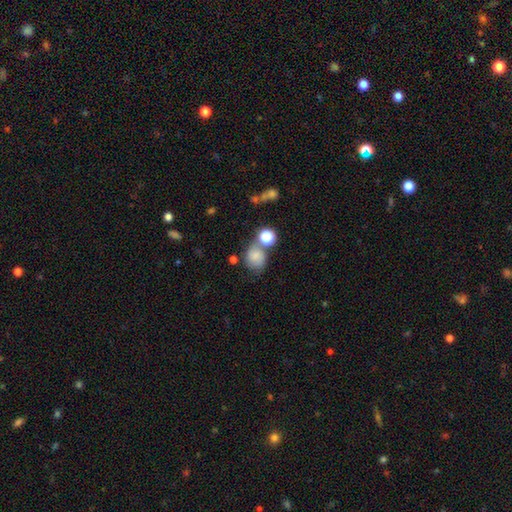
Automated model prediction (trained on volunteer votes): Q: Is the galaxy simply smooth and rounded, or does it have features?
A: smooth — 75%.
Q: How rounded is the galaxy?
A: round — 59%.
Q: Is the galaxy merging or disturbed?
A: none — 49%.